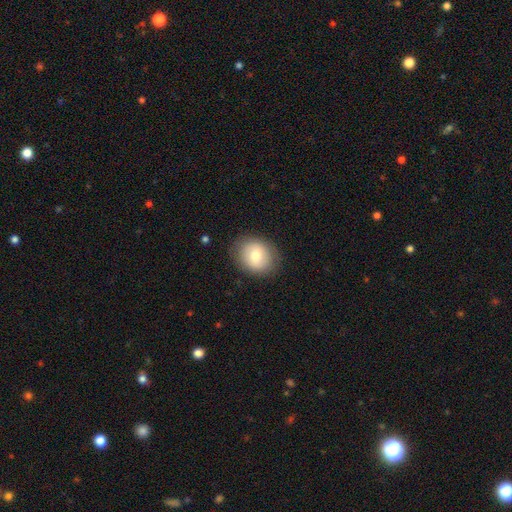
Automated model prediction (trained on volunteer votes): Smooth or featured?
  - smooth: 75% *
  - featured or disk: 18%
  - star or artifact: 8%
How rounded?
  - round: 62% *
  - in between: 37%
  - cigar-shaped: 1%
Merging?
  - none: 84% *
  - minor disturbance: 11%
  - major disturbance: 3%
  - merger: 1%